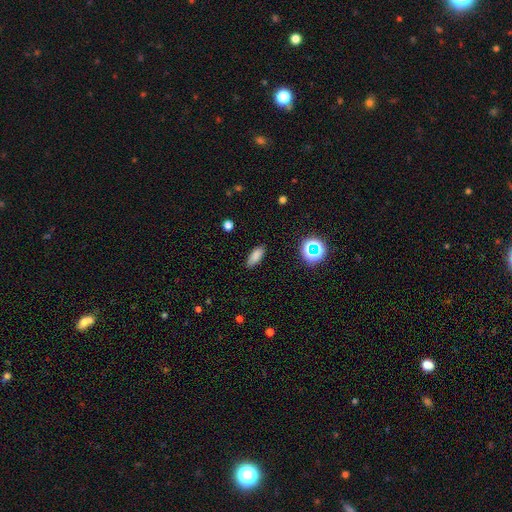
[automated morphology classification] This appears to be a smooth galaxy with no disk features (82%) that is in between round and cigar-shaped (75%). Merging: none (86%).